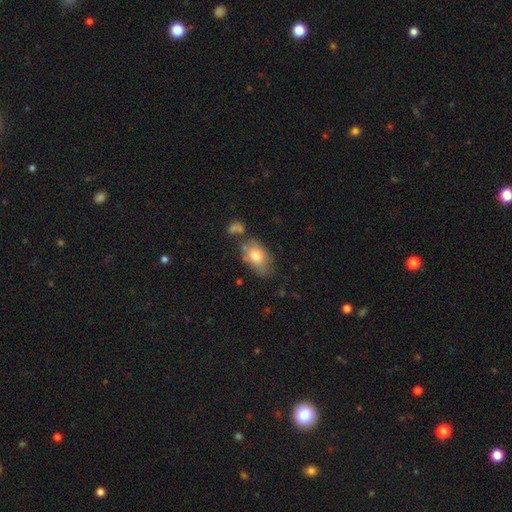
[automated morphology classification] Smooth or featured? Predicted: smooth (p=0.75). How rounded? Predicted: in between (p=0.88). Merging? Predicted: none (p=0.55).